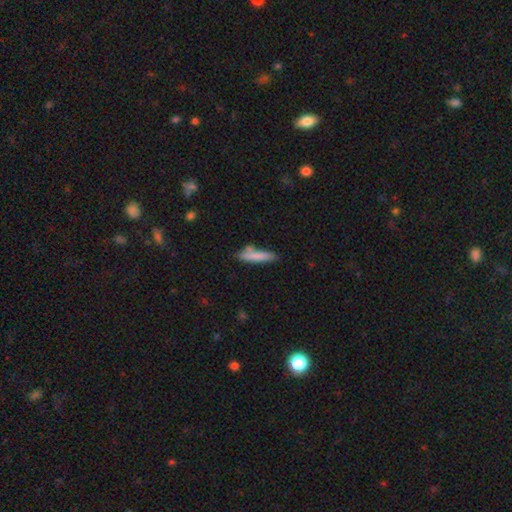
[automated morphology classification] type=smooth (79%); roundness=cigar-shaped (82%); merging=none (66%).